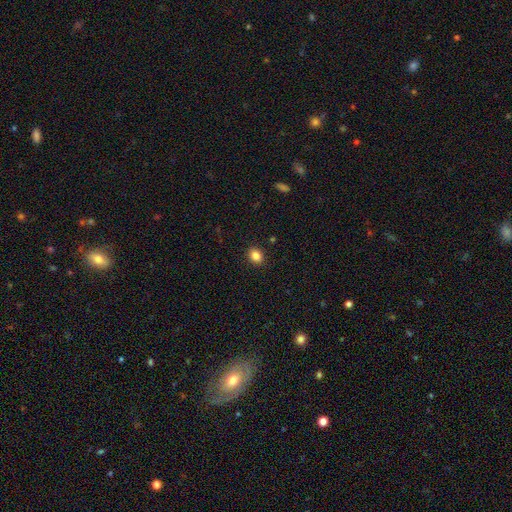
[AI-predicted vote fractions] smooth_or_featured: smooth (p=0.85) [alt: star or artifact p=0.10]
how_rounded: in between (p=0.51) [alt: round p=0.48]
merging: none (p=0.90) [alt: minor disturbance p=0.07]